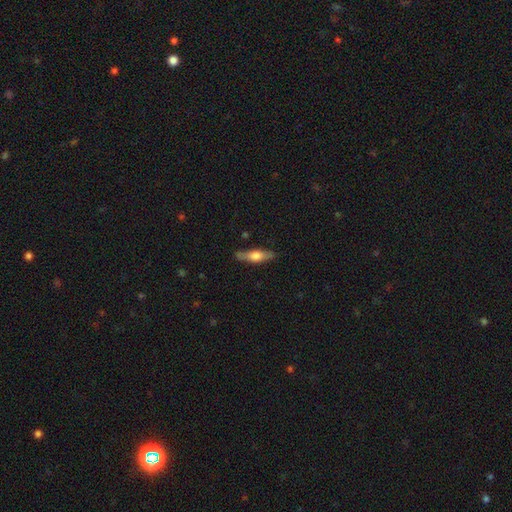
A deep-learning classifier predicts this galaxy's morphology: type=featured or disk (52%); edge-on=yes (91%); merging=none (83%).